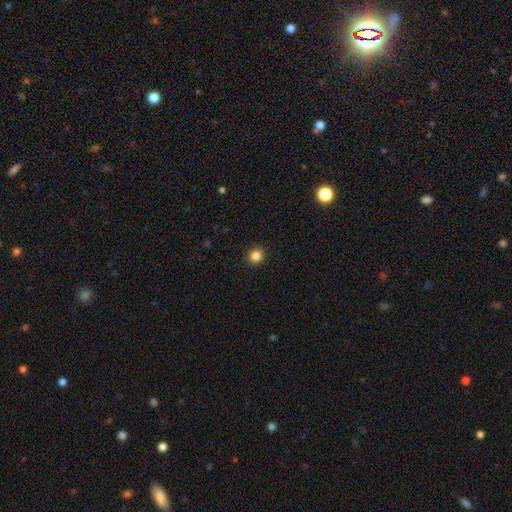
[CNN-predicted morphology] type=smooth (84%); roundness=round (88%); merging=none (92%).